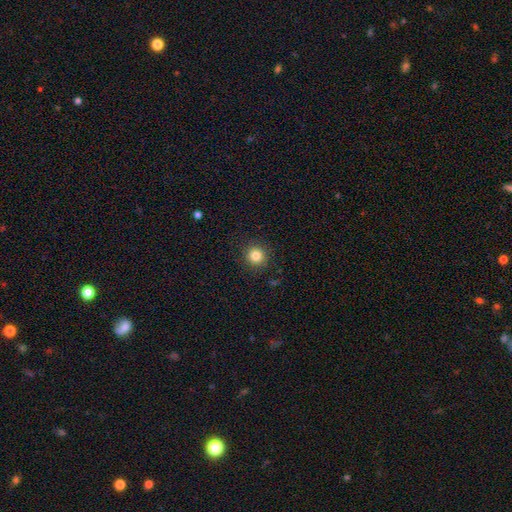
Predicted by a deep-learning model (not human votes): This is clearly a smooth galaxy (83%). How rounded: clearly round (93%). Merging: clearly none (90%).